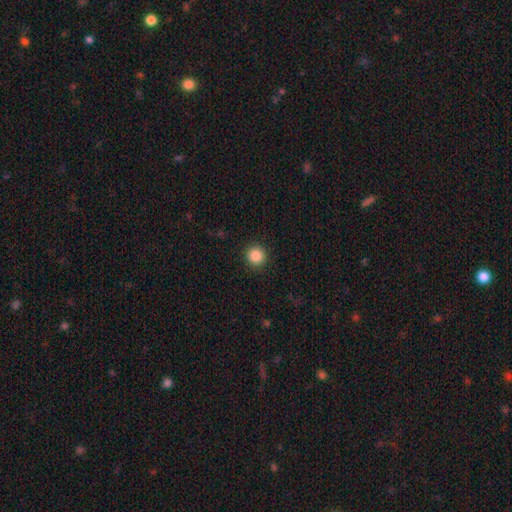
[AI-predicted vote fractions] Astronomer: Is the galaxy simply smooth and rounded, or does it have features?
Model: smooth — 87%.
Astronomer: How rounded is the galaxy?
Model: round — 94%.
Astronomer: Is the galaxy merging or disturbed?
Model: none — 92%.